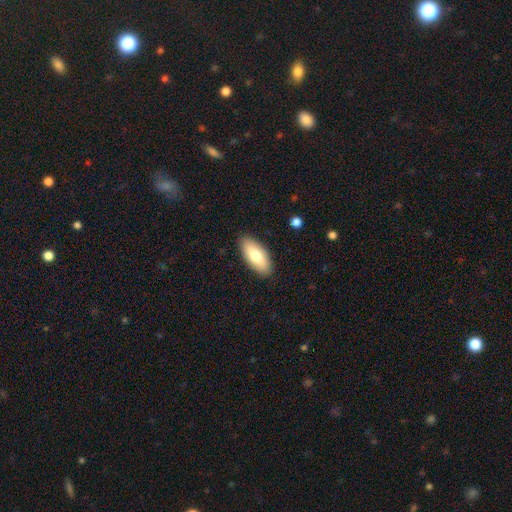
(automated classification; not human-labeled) smooth_or_featured: smooth (p=0.76) [alt: featured or disk p=0.19]
how_rounded: in between (p=0.87) [alt: cigar-shaped p=0.11]
merging: none (p=0.89) [alt: minor disturbance p=0.08]